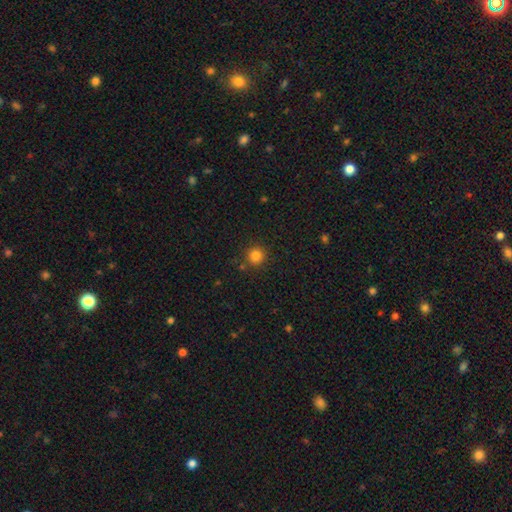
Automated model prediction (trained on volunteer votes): smooth-or-featured: smooth: 82% | star or artifact: 13% | featured or disk: 5%
  how-rounded: round: 93% | in between: 6% | cigar-shaped: 1%
  merging: none: 85% | minor disturbance: 8% | merger: 4% | major disturbance: 3%